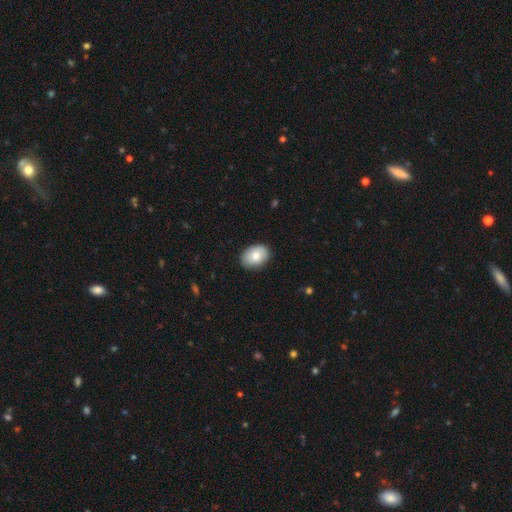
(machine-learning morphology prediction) A smooth galaxy with no disk features (79%) that is in between round and cigar-shaped (78%). Merging: none (86%).